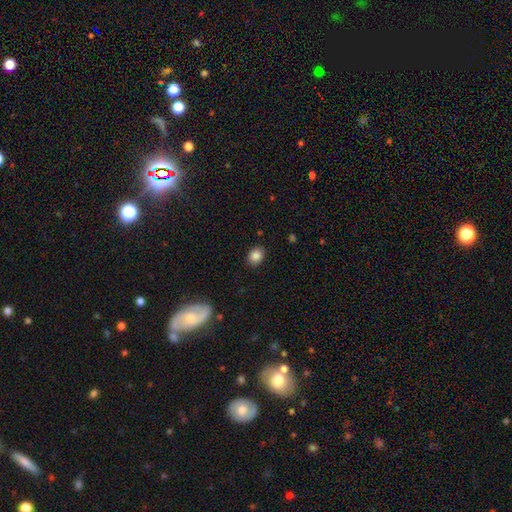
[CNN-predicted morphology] Smooth or featured: smooth — 86% (star or artifact — 9%)
How rounded: in between — 58% (round — 41%)
Merging: none — 88% (minor disturbance — 8%)